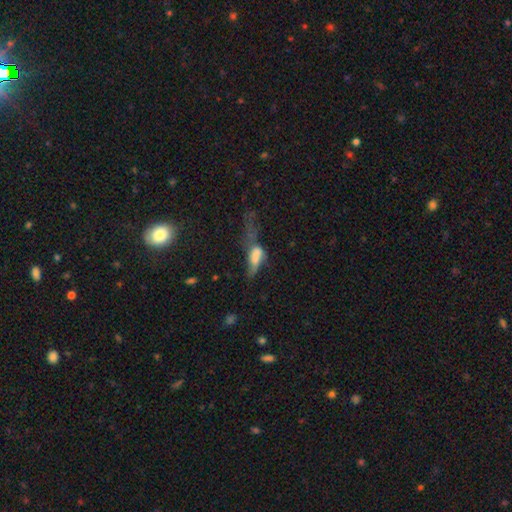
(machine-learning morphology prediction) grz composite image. It shows a smooth galaxy with no disk features (57%) that is in between round and cigar-shaped (70%). Merging: major disturbance (55%).